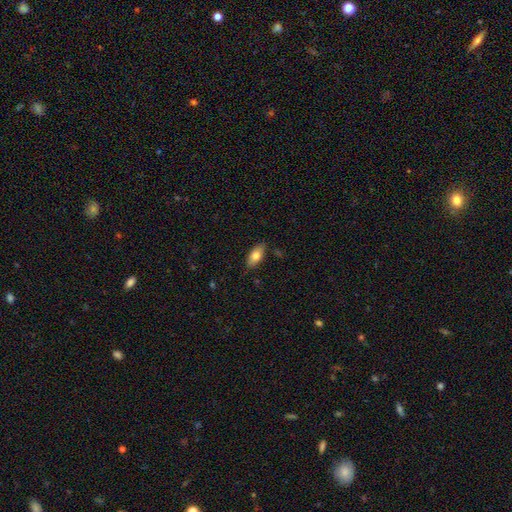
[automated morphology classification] Overall: smooth (77%). How rounded: in between (88%). Merging: none (83%).